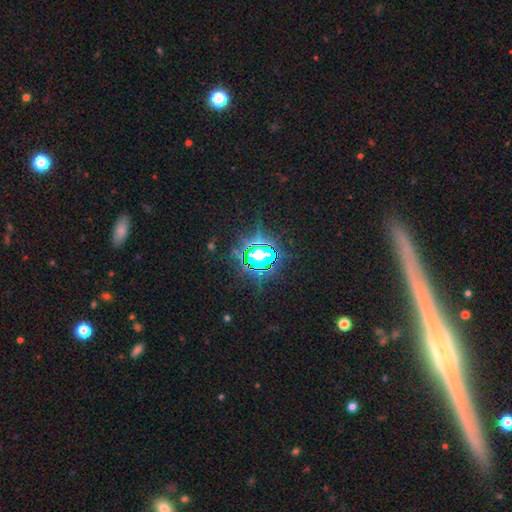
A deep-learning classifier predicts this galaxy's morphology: Smooth or featured: star or artifact — 79% (smooth — 12%)